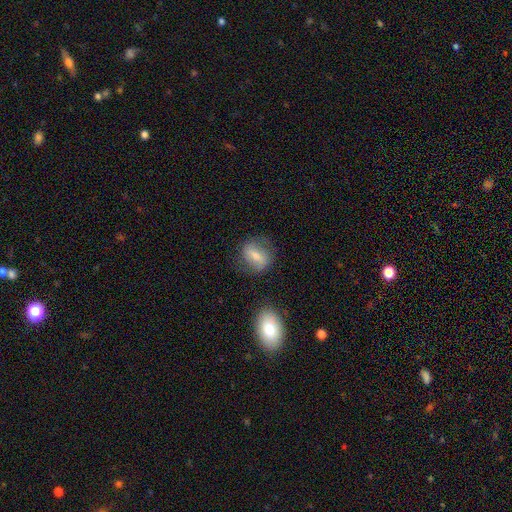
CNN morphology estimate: This appears to be a smooth galaxy with no disk features (58%) that is in between round and cigar-shaped (59%). Merging: none (69%).